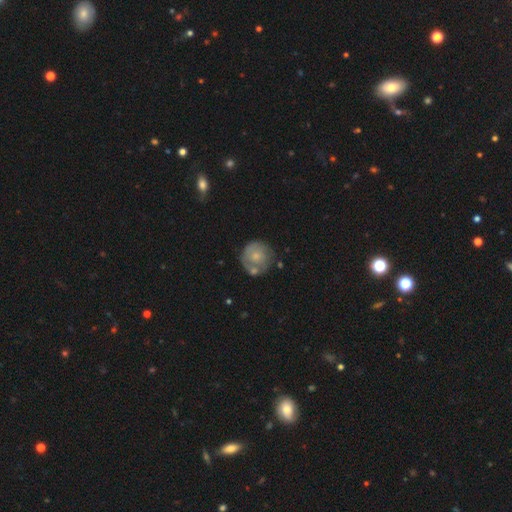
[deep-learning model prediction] This appears to be a smooth galaxy with no disk features (52%) that is round (90%). Merging: none (55%).